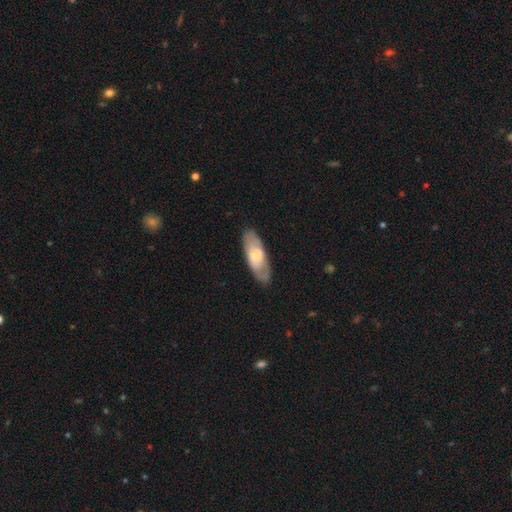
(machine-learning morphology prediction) The model was most divided on "smooth or featured": smooth: 49%, featured or disk: 46%, star or artifact: 5%. More confident: merging — none (83%).